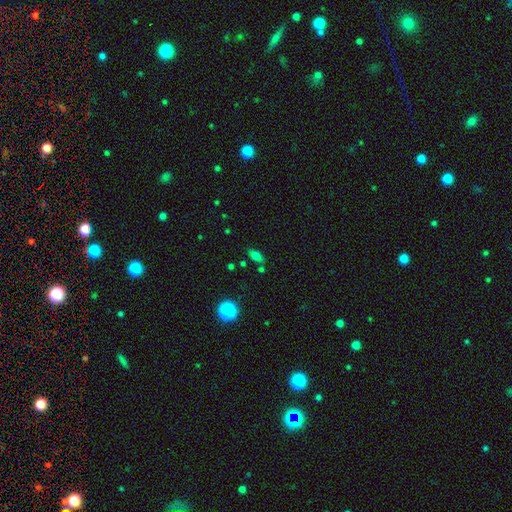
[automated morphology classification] Smooth or featured?
  - smooth: 68% *
  - star or artifact: 16%
  - featured or disk: 16%
How rounded?
  - in between: 77% *
  - cigar-shaped: 14%
  - round: 9%
Merging?
  - none: 76% *
  - minor disturbance: 14%
  - merger: 7%
  - major disturbance: 4%